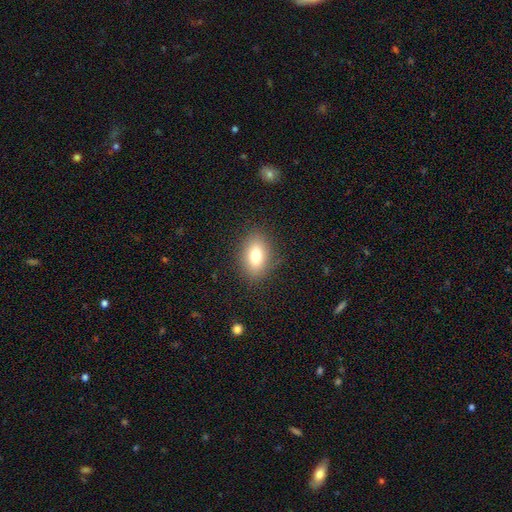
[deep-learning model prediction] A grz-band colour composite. It shows a smooth galaxy with no disk features (76%) that is in between round and cigar-shaped (82%). Merging: none (85%).